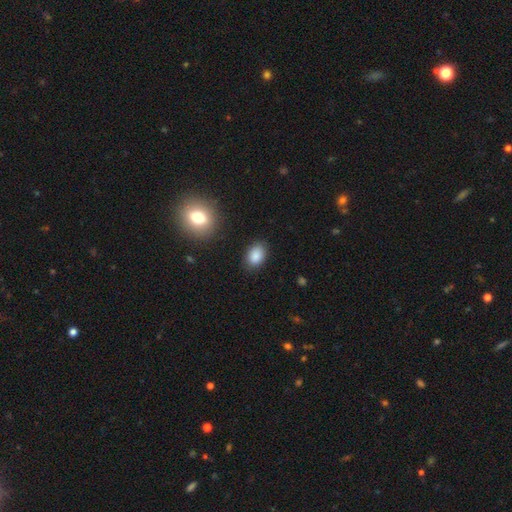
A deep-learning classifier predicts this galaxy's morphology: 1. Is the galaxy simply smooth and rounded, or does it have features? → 86% smooth, 9% star or artifact, 5% featured or disk.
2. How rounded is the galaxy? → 82% in between, 16% round, 1% cigar-shaped.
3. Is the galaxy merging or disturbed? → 84% none, 11% minor disturbance, 3% major disturbance, 2% merger.